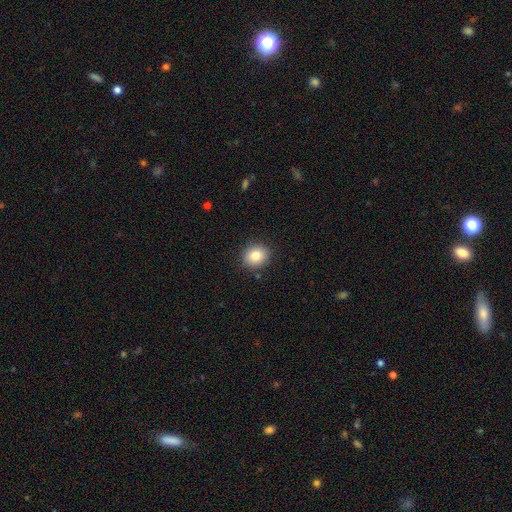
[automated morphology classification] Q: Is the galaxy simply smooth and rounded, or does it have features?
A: smooth — 83%.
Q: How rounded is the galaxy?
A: round — 72%.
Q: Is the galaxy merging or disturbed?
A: none — 89%.